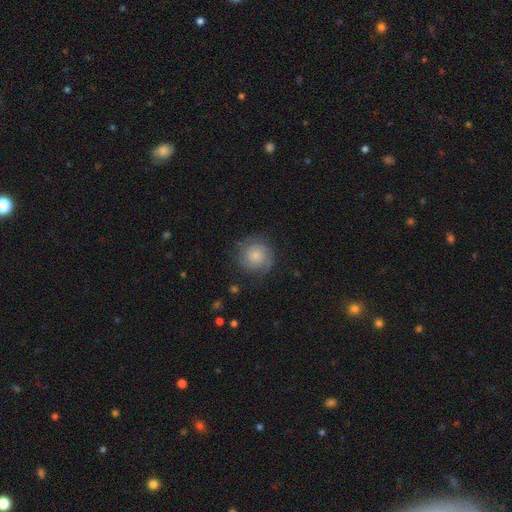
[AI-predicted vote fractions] This is possibly a smooth galaxy (48%). Merging: likely none (73%).